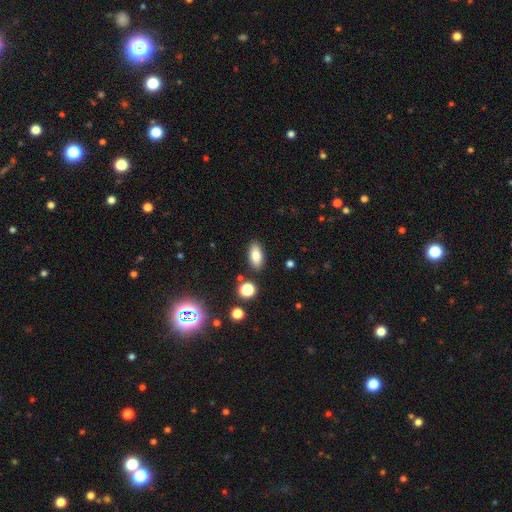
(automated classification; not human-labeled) The model was most divided on "smooth or featured": smooth: 81%, featured or disk: 9%, star or artifact: 9%. More confident: how rounded — in between (88%); merging — none (86%).